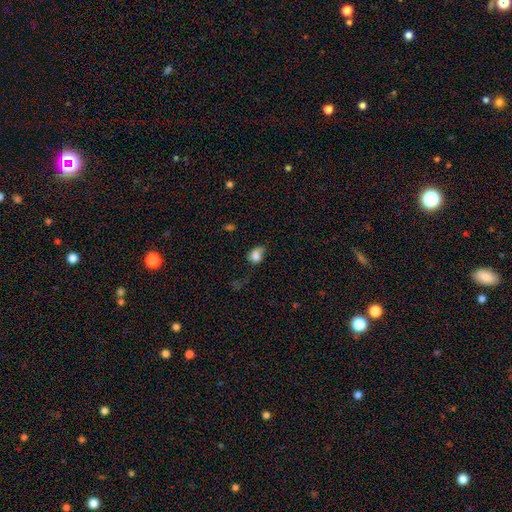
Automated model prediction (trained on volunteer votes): A smooth galaxy with no disk features (79%) that is in between round and cigar-shaped (59%).

Vote fractions:
- Smooth or featured? smooth: 79% / featured or disk: 11% / star or artifact: 10%
- How rounded? in between: 59% / round: 40% / cigar-shaped: 2%
- Merging? minor disturbance: 37% / none: 32% / major disturbance: 27% / merger: 5%